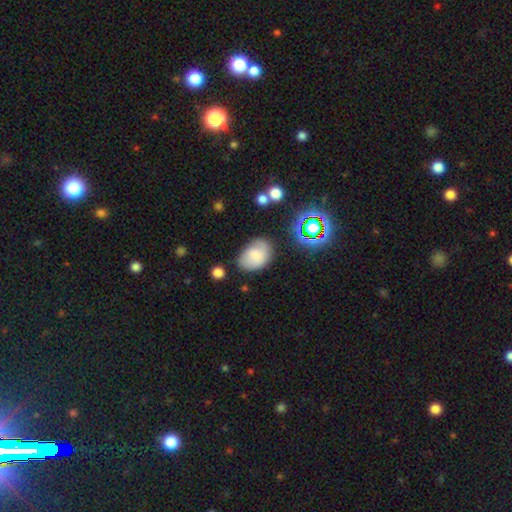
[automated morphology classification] Smooth or featured? Predicted: smooth (p=0.74). How rounded? Predicted: in between (p=0.80). Merging? Predicted: none (p=0.65).